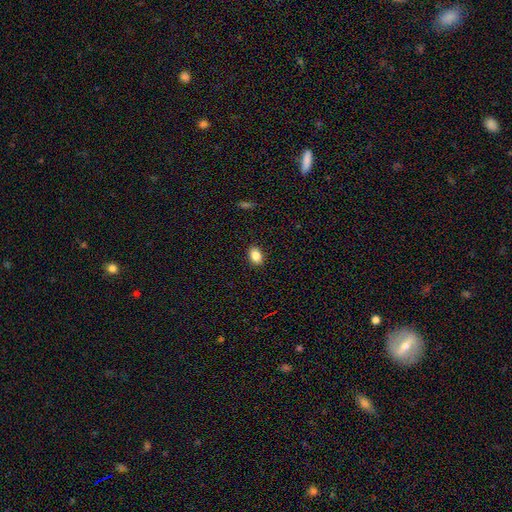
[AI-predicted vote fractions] This appears to be a smooth galaxy with no disk features (87%) that is in between round and cigar-shaped (82%). Merging: none (90%).